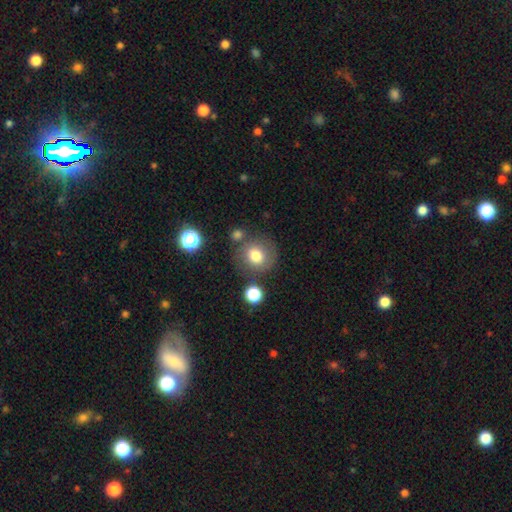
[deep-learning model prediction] Overall: smooth (75%). How rounded: round (87%). Merging: none (73%).